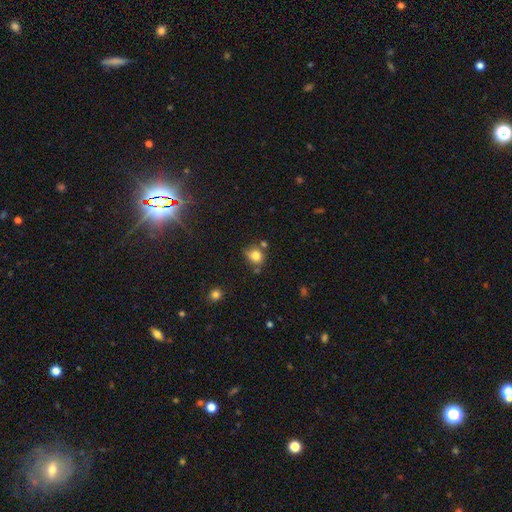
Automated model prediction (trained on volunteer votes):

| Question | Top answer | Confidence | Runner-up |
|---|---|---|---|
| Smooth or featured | smooth | 80% | star or artifact (12%) |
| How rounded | round | 72% | in between (27%) |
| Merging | none | 58% | minor disturbance (21%) |